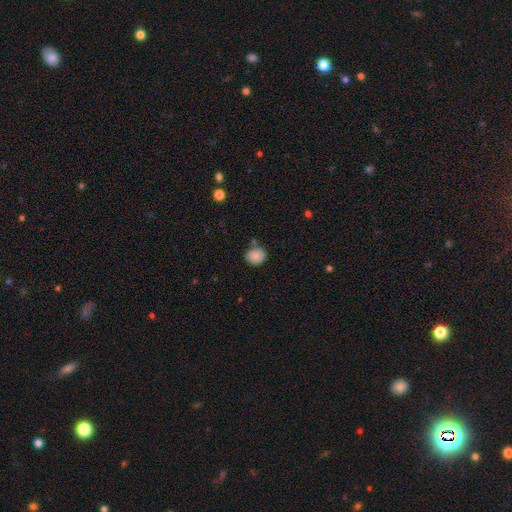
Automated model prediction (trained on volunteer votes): Morphology: type=smooth (87%); roundness=round (73%); merging=none (75%).